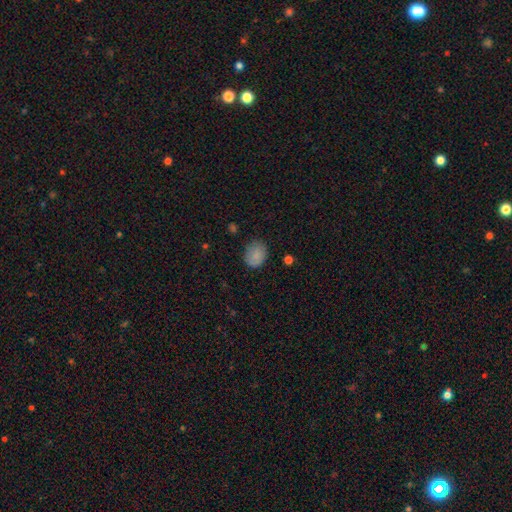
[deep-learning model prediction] The model was most divided on "how rounded": round: 50%, in between: 49%, cigar-shaped: 1%. More confident: smooth or featured — smooth (85%); merging — none (75%).